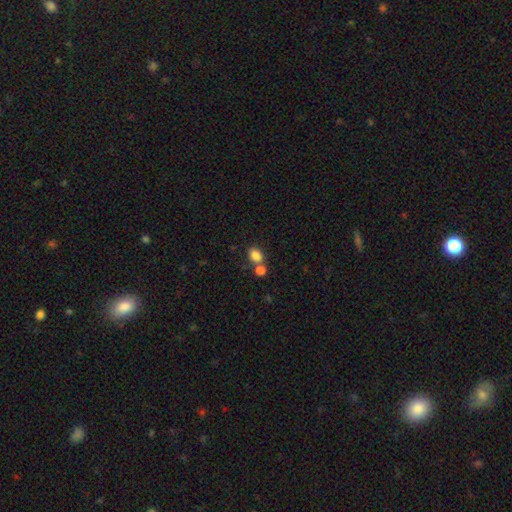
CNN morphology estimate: This appears to be a smooth galaxy with no disk features (84%) that is in between round and cigar-shaped (66%). Merging: none (54%).